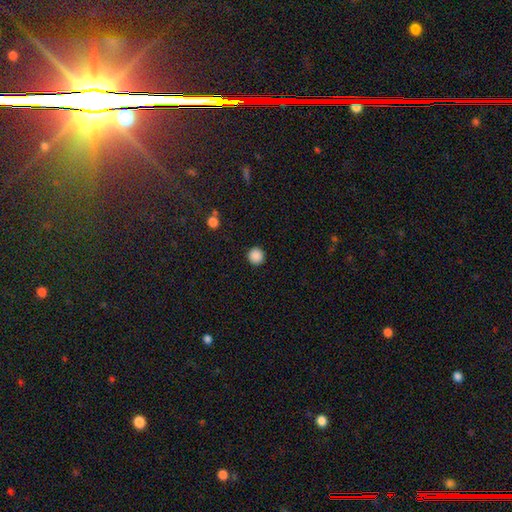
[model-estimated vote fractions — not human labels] smooth_or_featured: smooth (p=0.88) [alt: star or artifact p=0.10]
how_rounded: round (p=0.95) [alt: in between p=0.04]
merging: none (p=0.92) [alt: minor disturbance p=0.05]